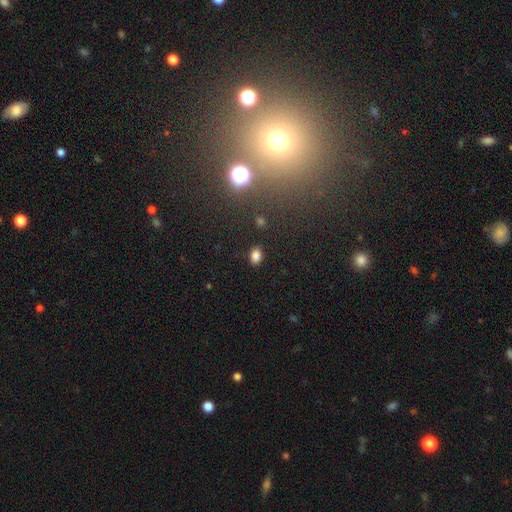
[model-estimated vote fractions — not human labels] smooth-or-featured: smooth: 82% | star or artifact: 13% | featured or disk: 5%
  how-rounded: in between: 79% | round: 20% | cigar-shaped: 1%
  merging: none: 85% | minor disturbance: 10% | major disturbance: 3% | merger: 3%